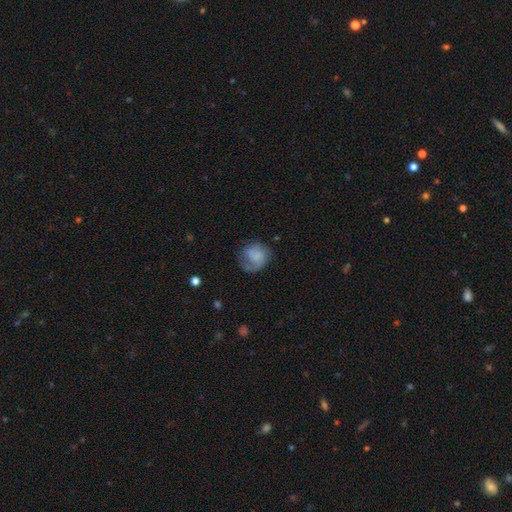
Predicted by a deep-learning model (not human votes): Smooth or featured? Predicted: smooth (p=0.52). How rounded? Predicted: round (p=0.74). Merging? Predicted: none (p=0.51).